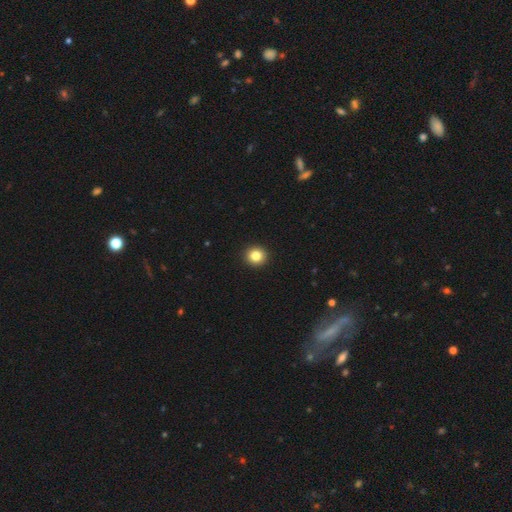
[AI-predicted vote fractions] A smooth galaxy with no disk features (84%) that is round (90%).

Vote fractions:
- Smooth or featured? smooth: 84% / star or artifact: 11% / featured or disk: 6%
- How rounded? round: 90% / in between: 9% / cigar-shaped: 1%
- Merging? none: 94% / minor disturbance: 4% / major disturbance: 1% / merger: 1%